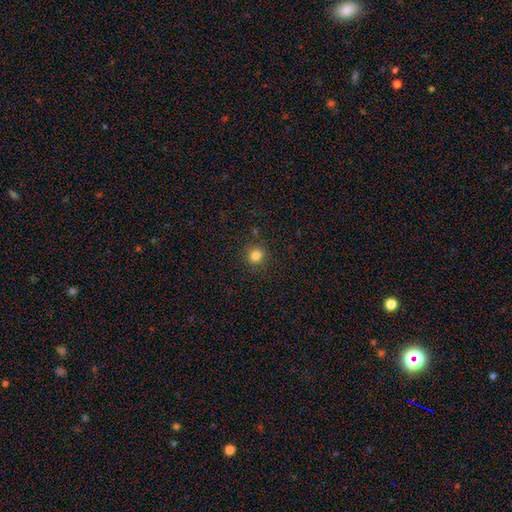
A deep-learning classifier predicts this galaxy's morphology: Smooth or featured? smooth (81%)
How rounded? round (88%)
Merging? none (86%)